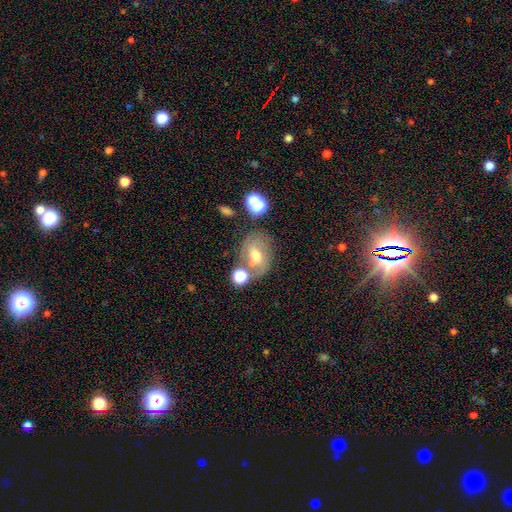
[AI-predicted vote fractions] Smooth or featured? Predicted: featured or disk (p=0.51). Edge-on disk? Predicted: no (p=0.95). Merging? Predicted: none (p=0.56).